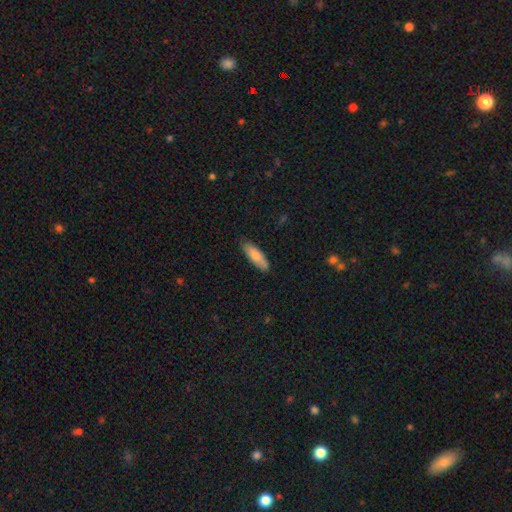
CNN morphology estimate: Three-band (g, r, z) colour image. It shows a smooth galaxy with no disk features (79%) that is in between round and cigar-shaped (54%). Merging: none (84%).